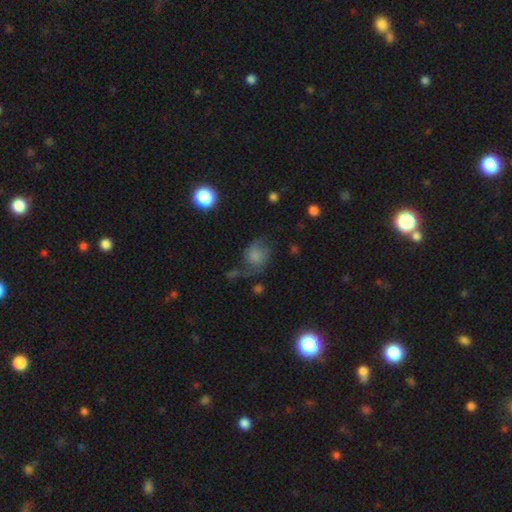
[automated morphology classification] smooth-or-featured: smooth: 55% | featured or disk: 32% | star or artifact: 12%
  how-rounded: round: 56% | in between: 43% | cigar-shaped: 1%
  merging: none: 39% | major disturbance: 28% | minor disturbance: 26% | merger: 6%